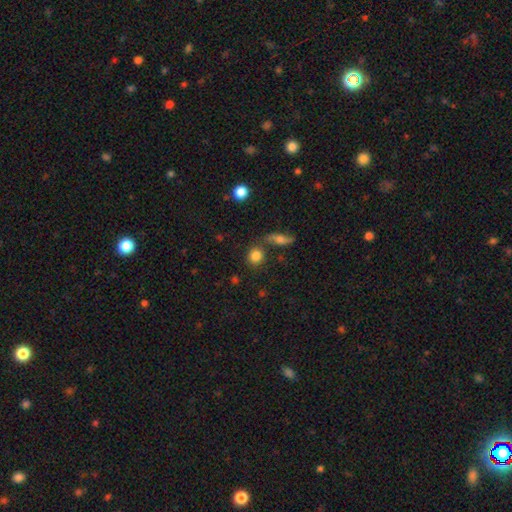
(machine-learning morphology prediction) Overall: smooth (83%). How rounded: round (85%). Merging: none (71%).